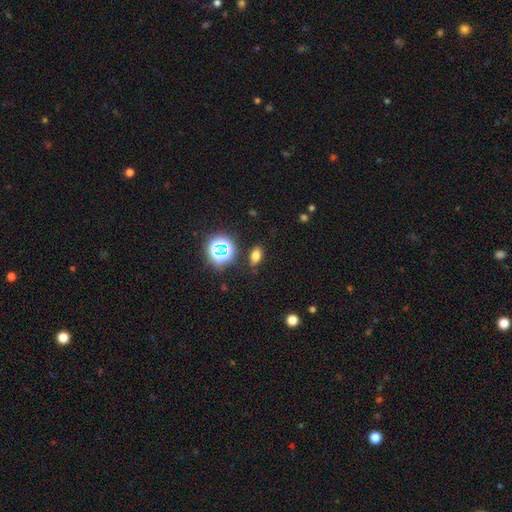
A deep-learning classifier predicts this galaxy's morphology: Smooth or featured: smooth — 68% (star or artifact — 23%)
How rounded: in between — 82% (round — 14%)
Merging: none — 85% (minor disturbance — 10%)